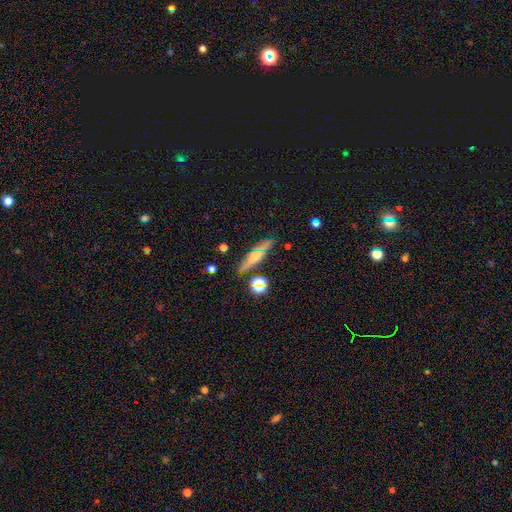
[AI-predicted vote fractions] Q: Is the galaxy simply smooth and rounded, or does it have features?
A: smooth — 48%.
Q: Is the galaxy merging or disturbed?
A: none — 80%.